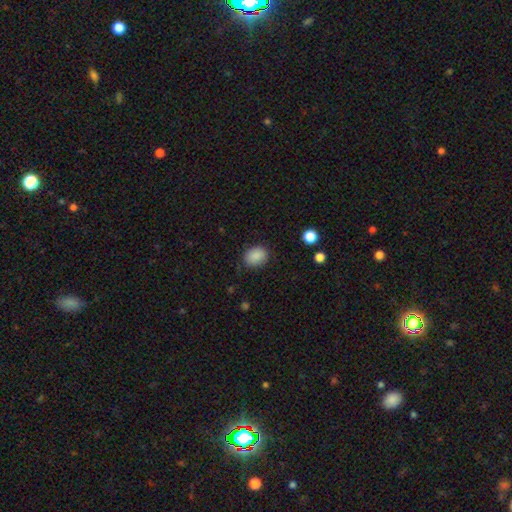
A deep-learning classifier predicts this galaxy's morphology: Smooth or featured?
  - smooth: 88% *
  - star or artifact: 9%
  - featured or disk: 3%
How rounded?
  - in between: 55% *
  - round: 44%
  - cigar-shaped: 1%
Merging?
  - none: 82% *
  - minor disturbance: 13%
  - major disturbance: 3%
  - merger: 1%